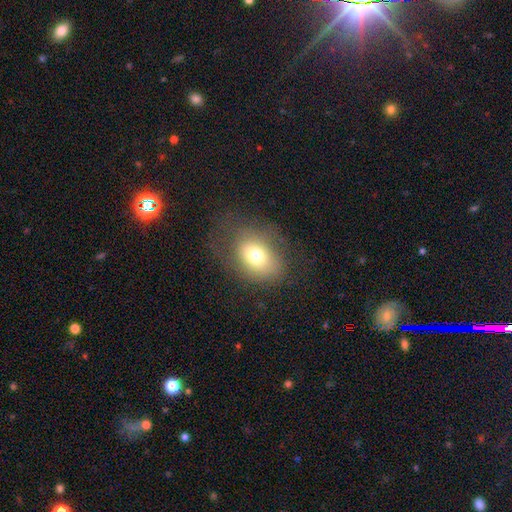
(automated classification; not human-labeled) A smooth galaxy with no disk features (72%) that is in between round and cigar-shaped (68%). Merging: none (61%).